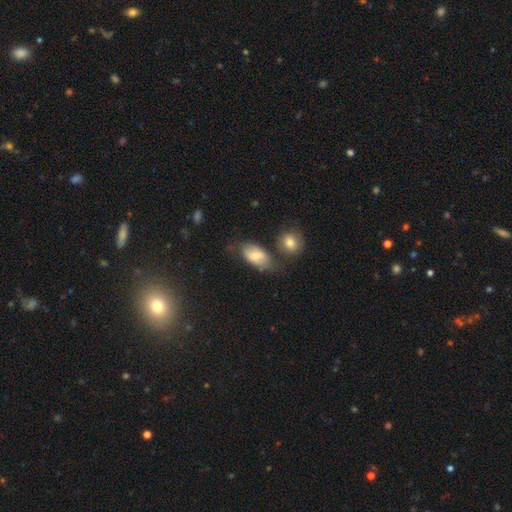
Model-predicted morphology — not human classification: This is likely a smooth galaxy (72%). How rounded: clearly in between (90%). Merging: possibly none (53%).